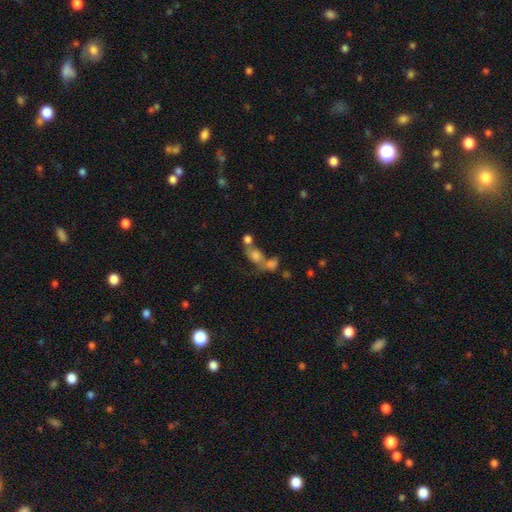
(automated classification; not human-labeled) Smooth or featured: smooth — 64% (featured or disk — 19%)
How rounded: in between — 60% (round — 35%)
Merging: merger — 54% (none — 27%)